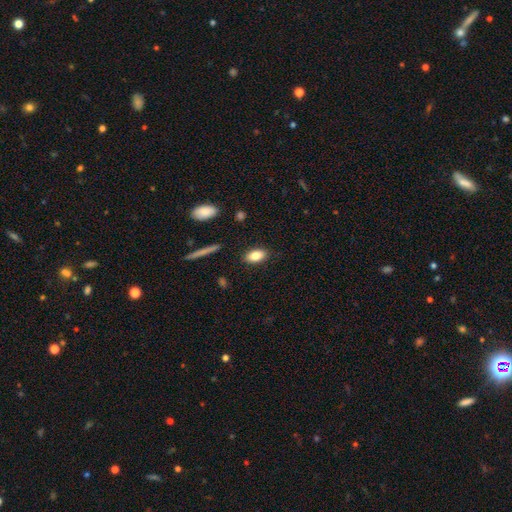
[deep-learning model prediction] smooth-or-featured: smooth: 82% | featured or disk: 10% | star or artifact: 8%
  how-rounded: in between: 88% | round: 7% | cigar-shaped: 5%
  merging: none: 87% | minor disturbance: 9% | major disturbance: 2% | merger: 1%